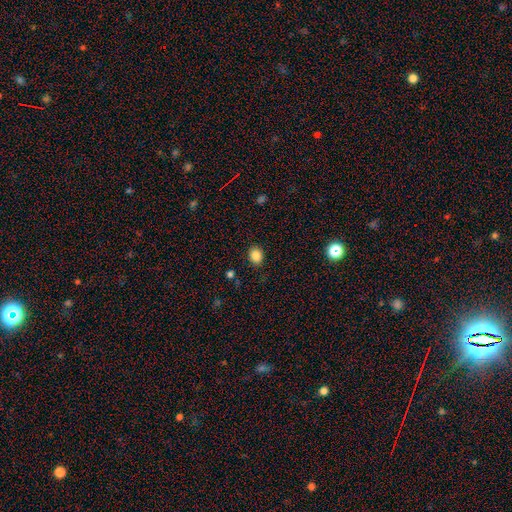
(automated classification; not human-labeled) Overall: smooth (85%). How rounded: round (60%; in between 39%). Merging: none (89%).